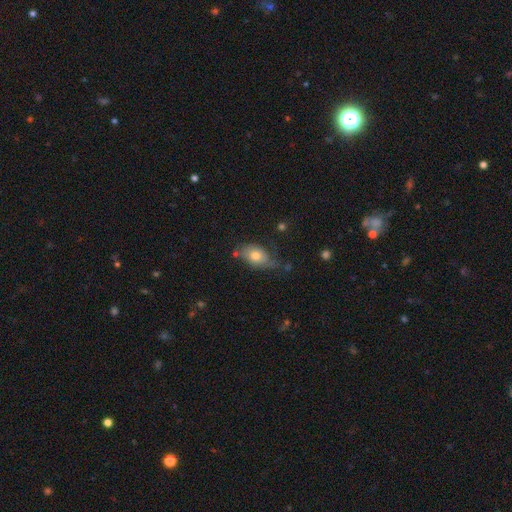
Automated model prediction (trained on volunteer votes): This appears to be a smooth galaxy with no disk features (68%) that is in between round and cigar-shaped (82%). Merging: none (47%).